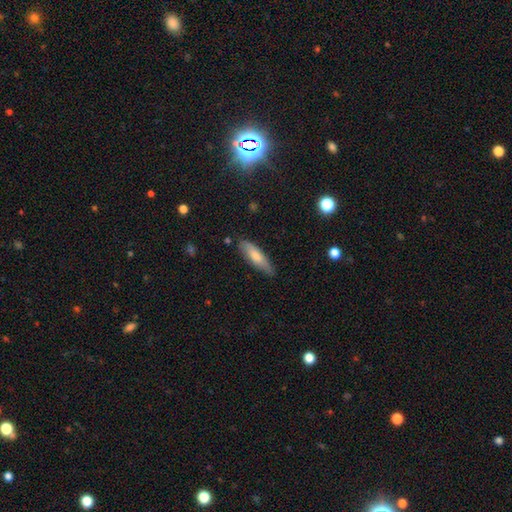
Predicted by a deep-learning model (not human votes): A smooth galaxy with no disk features (71%) that is cigar-shaped (60%). Merging: none (77%).